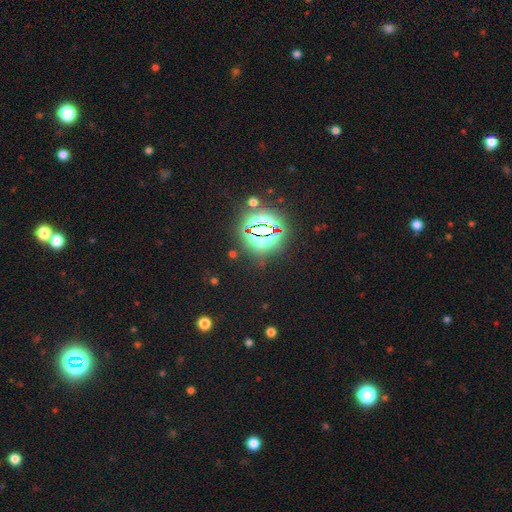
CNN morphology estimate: type=star or artifact (81%).